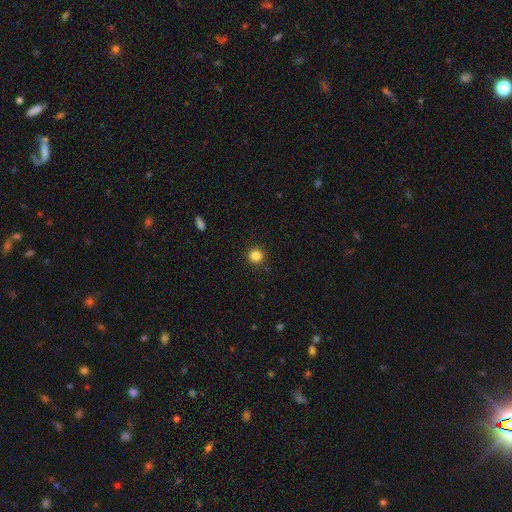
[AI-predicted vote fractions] Q: Smooth or featured?
A: smooth (84%); runner-up: star or artifact (12%)
Q: How rounded?
A: round (93%); runner-up: in between (6%)
Q: Merging?
A: none (91%); runner-up: minor disturbance (6%)